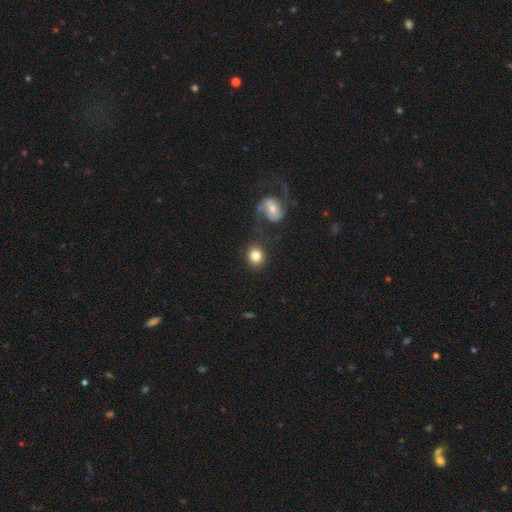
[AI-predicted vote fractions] smooth_or_featured: smooth (p=0.81) [alt: featured or disk p=0.11]
how_rounded: round (p=0.74) [alt: in between p=0.25]
merging: none (p=0.76) [alt: minor disturbance p=0.11]